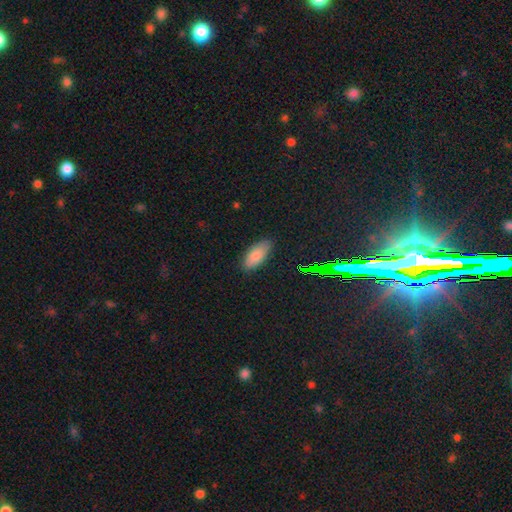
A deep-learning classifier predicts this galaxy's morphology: smooth 81%, star or artifact 10%, featured or disk 10%. Down the decision tree: how rounded — in between (87%); merging — none (85%).